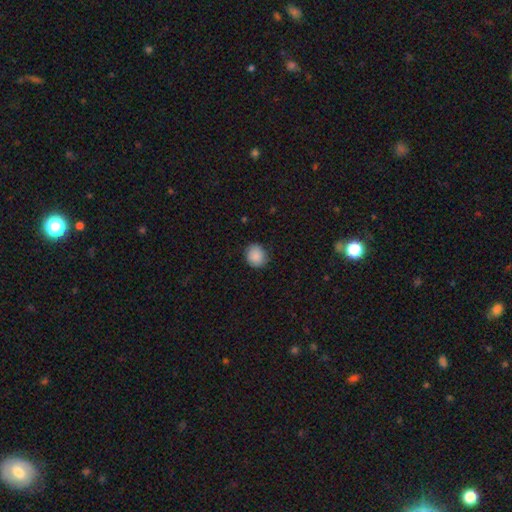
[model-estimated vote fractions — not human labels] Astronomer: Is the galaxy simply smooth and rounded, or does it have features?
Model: smooth — 89%.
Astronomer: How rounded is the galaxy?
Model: round — 80%.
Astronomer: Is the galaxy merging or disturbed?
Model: none — 85%.